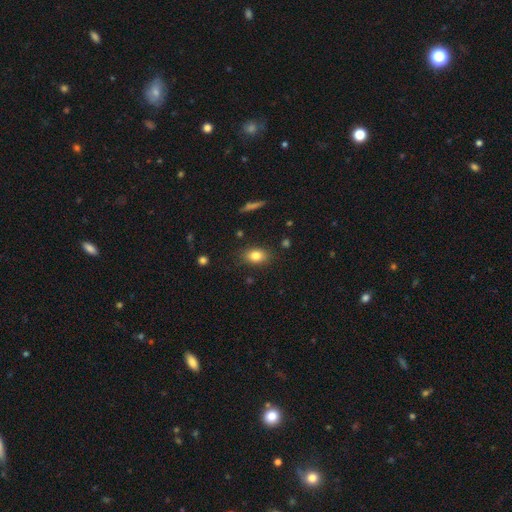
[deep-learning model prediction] Overall: smooth (81%). How rounded: in between (80%). Merging: none (84%).